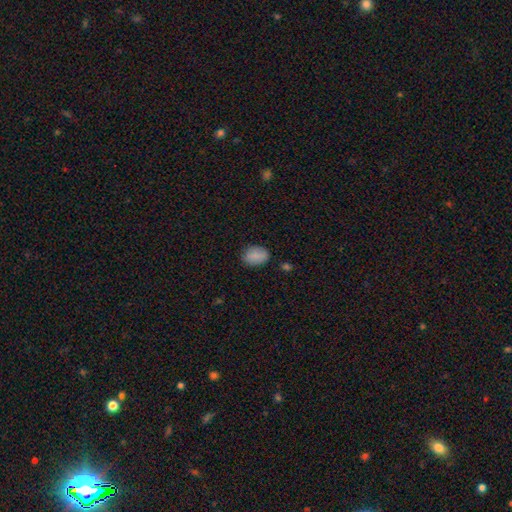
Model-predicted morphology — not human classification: Overall: smooth (85%). How rounded: in between (72%). Merging: none (82%).